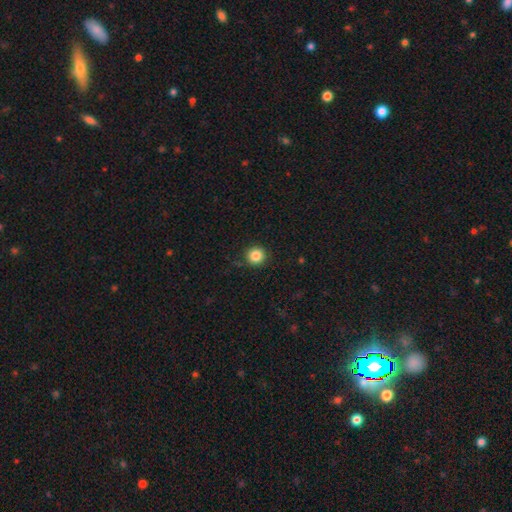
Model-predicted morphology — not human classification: The model was most divided on "smooth or featured": smooth: 85%, star or artifact: 11%, featured or disk: 4%. More confident: how rounded — round (94%); merging — none (88%).